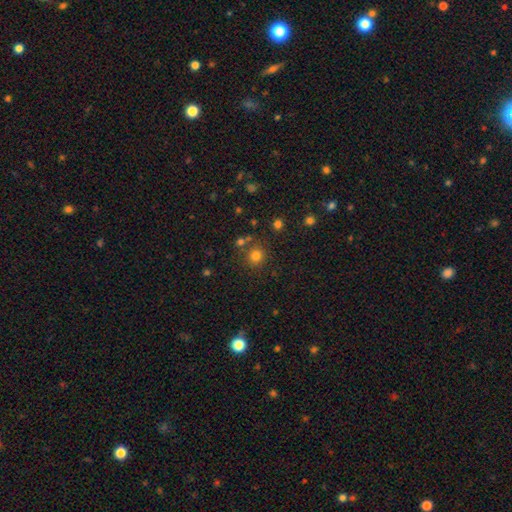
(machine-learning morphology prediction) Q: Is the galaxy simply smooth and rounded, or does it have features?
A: smooth — 78%.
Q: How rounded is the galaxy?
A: round — 89%.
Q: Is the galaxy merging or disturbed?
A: none — 77%.